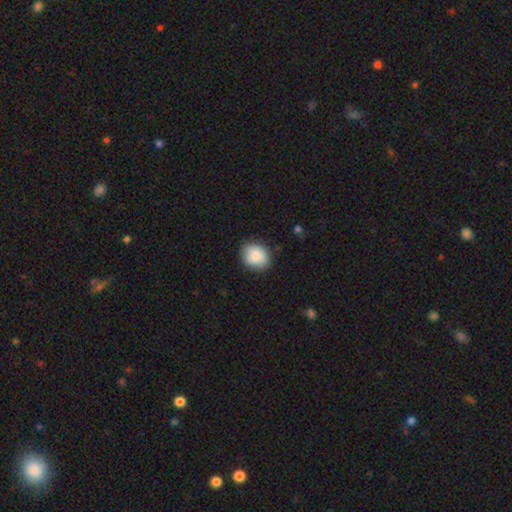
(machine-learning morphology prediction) smooth-or-featured: smooth: 88% | star or artifact: 7% | featured or disk: 6%
  how-rounded: round: 52% | in between: 48% | cigar-shaped: 1%
  merging: none: 84% | minor disturbance: 13% | major disturbance: 3% | merger: 1%